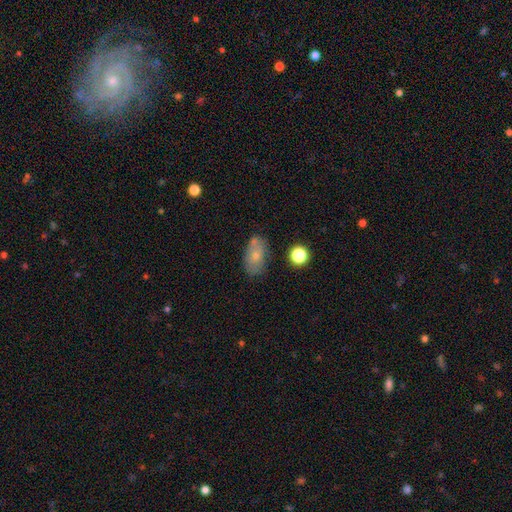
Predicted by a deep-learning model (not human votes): The model was most divided on "merging": none: 60%, minor disturbance: 22%, merger: 12%, major disturbance: 7%. More confident: how rounded — in between (89%); smooth or featured — smooth (69%).